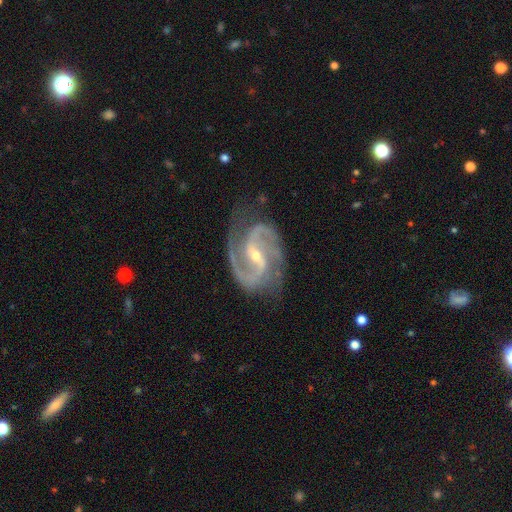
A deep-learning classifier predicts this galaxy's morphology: smooth_or_featured: featured or disk (p=0.93) [alt: star or artifact p=0.05]
disk_edge_on: no (p=0.98) [alt: yes p=0.02]
bar: weak (p=0.41) [alt: strong p=0.39]
has_spiral_arms: yes (p=0.99) [alt: no p=0.01]
spiral_winding: medium (p=0.63) [alt: tight p=0.20]
spiral_arm_count: 2 (p=0.87) [alt: 3 p=0.06]
bulge_size: small (p=0.66) [alt: moderate p=0.32]
merging: none (p=0.74) [alt: minor disturbance p=0.18]